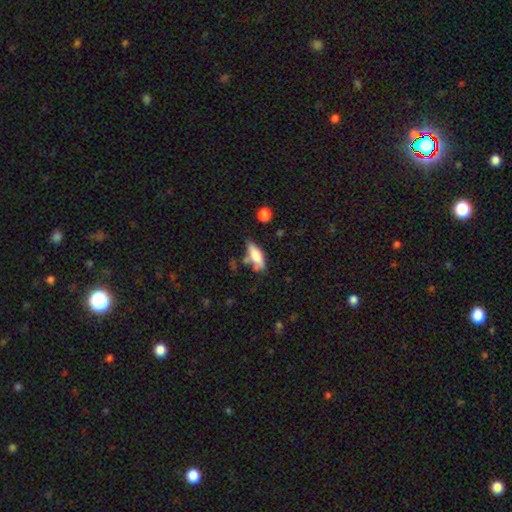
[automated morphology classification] This is likely a smooth galaxy (70%). How rounded: likely in between (67%). Merging: possibly none (51%).